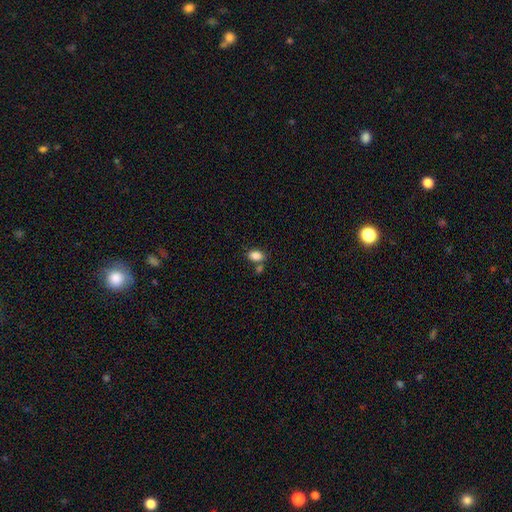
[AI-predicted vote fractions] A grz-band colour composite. It shows a smooth galaxy with no disk features (86%) that is in between round and cigar-shaped (84%). Merging: none (62%).